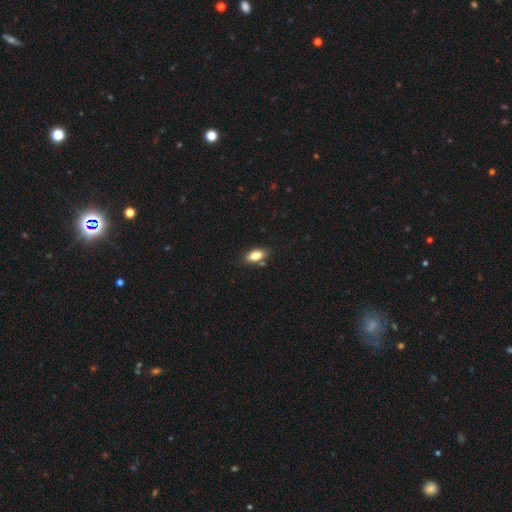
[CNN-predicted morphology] smooth_or_featured: smooth (p=0.81) [alt: featured or disk p=0.11]
how_rounded: in between (p=0.87) [alt: cigar-shaped p=0.08]
merging: none (p=0.78) [alt: minor disturbance p=0.14]